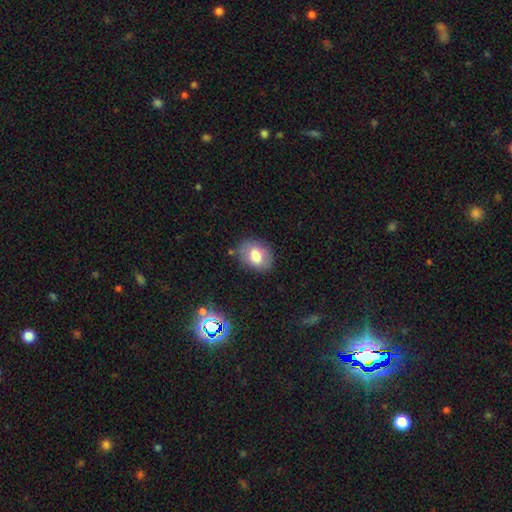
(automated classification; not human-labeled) smooth 72%, featured or disk 18%, star or artifact 9%. Down the decision tree: how rounded — in between (72%); merging — none (78%).